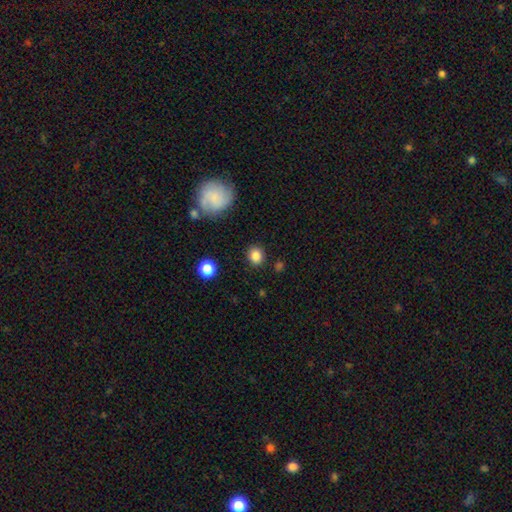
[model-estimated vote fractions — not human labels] smooth-or-featured: smooth: 84% | star or artifact: 10% | featured or disk: 5%
  how-rounded: round: 77% | in between: 23% | cigar-shaped: 1%
  merging: none: 87% | minor disturbance: 8% | major disturbance: 3% | merger: 2%